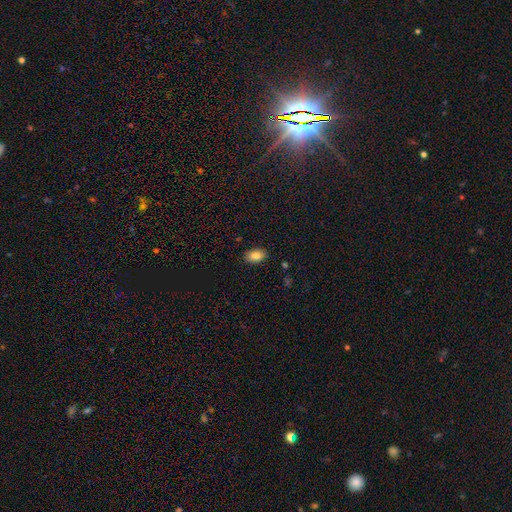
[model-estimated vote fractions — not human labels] A smooth galaxy with no disk features (85%) that is in between round and cigar-shaped (90%). Merging: none (88%).